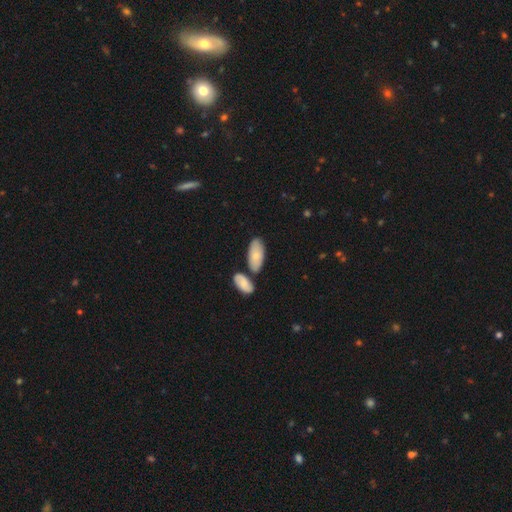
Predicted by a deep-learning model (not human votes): Morphology: type=smooth (78%); roundness=in between (92%); merging=none (64%).